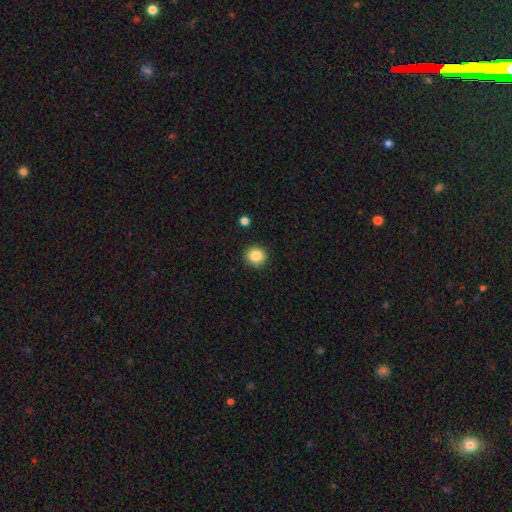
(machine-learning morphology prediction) Overall: smooth (85%). How rounded: round (94%). Merging: none (91%).